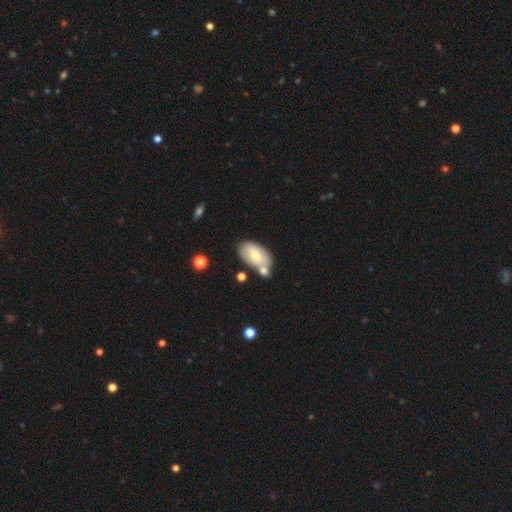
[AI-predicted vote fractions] A smooth galaxy with no disk features (58%) that is in between round and cigar-shaped (93%).

Vote fractions:
- Smooth or featured? smooth: 58% / featured or disk: 36% / star or artifact: 6%
- How rounded? in between: 93% / round: 4% / cigar-shaped: 2%
- Merging? none: 45% / merger: 32% / minor disturbance: 18% / major disturbance: 5%